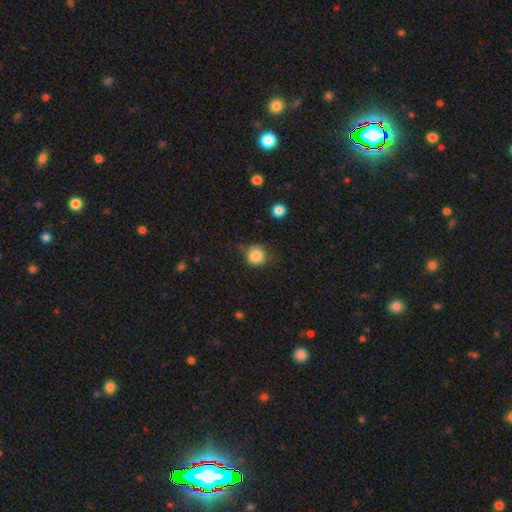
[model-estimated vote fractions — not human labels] smooth-or-featured: smooth: 85% | star or artifact: 10% | featured or disk: 5%
  how-rounded: round: 92% | in between: 7% | cigar-shaped: 1%
  merging: none: 74% | minor disturbance: 18% | major disturbance: 6% | merger: 2%